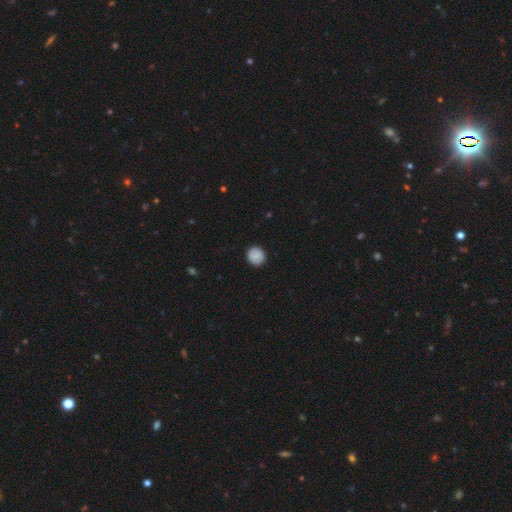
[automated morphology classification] The model was most divided on "smooth or featured": smooth: 84%, featured or disk: 9%, star or artifact: 7%. More confident: merging — none (89%); how rounded — round (88%).